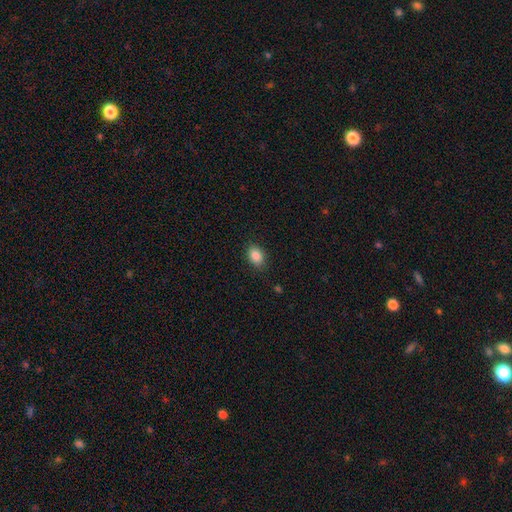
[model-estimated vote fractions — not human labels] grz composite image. It shows a smooth galaxy with no disk features (87%) that is in between round and cigar-shaped (75%). Merging: none (86%).